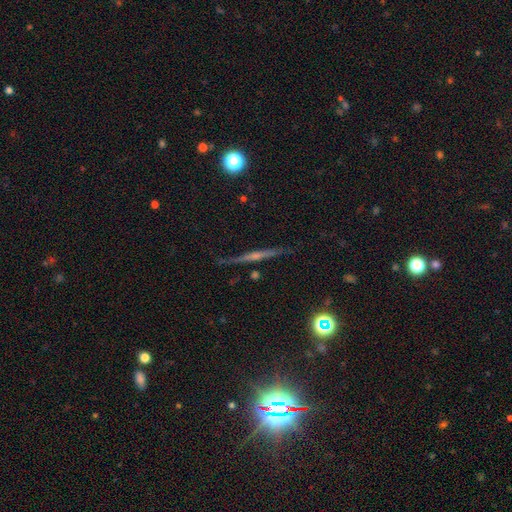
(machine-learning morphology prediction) Smooth or featured? featured or disk (71%)
Edge-on disk? yes (97%)
Edge-on bulge? rounded (58%)
Merging? none (88%)